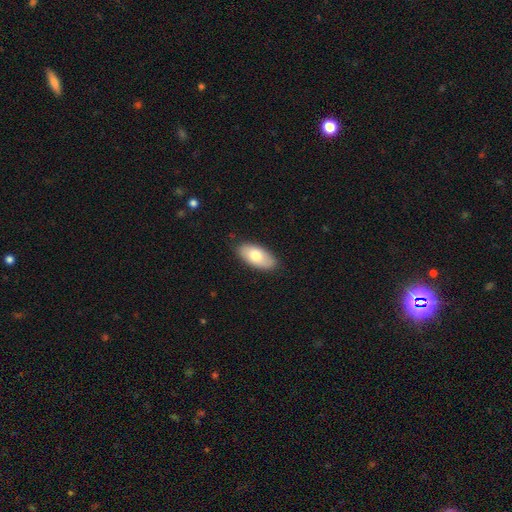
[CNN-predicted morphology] smooth-or-featured: smooth: 72% | featured or disk: 22% | star or artifact: 6%
  how-rounded: in between: 93% | cigar-shaped: 5% | round: 3%
  merging: none: 85% | minor disturbance: 12% | major disturbance: 2% | merger: 1%